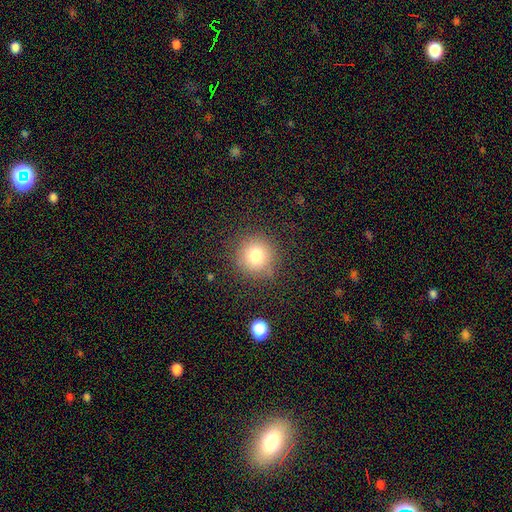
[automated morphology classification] smooth-or-featured: smooth: 78% | star or artifact: 13% | featured or disk: 9%
  how-rounded: round: 92% | in between: 7% | cigar-shaped: 1%
  merging: none: 83% | minor disturbance: 11% | major disturbance: 4% | merger: 2%